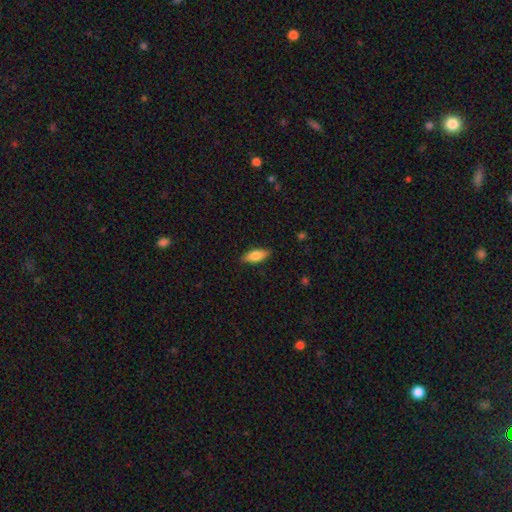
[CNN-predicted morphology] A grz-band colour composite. It shows a smooth galaxy with no disk features (76%) that is in between round and cigar-shaped (77%). Merging: none (85%).